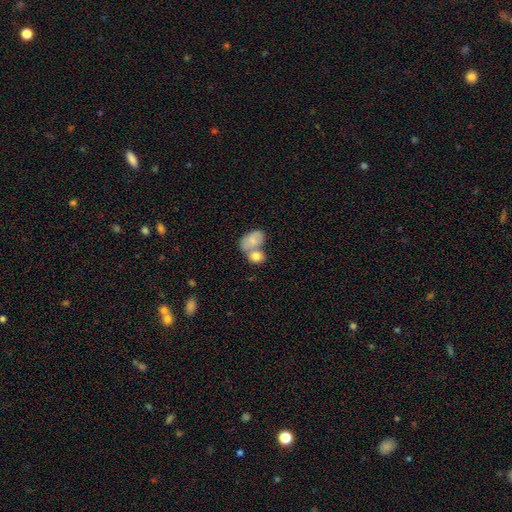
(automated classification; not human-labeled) Smooth or featured? smooth (77%)
How rounded? in between (59%)
Merging? merger (58%)